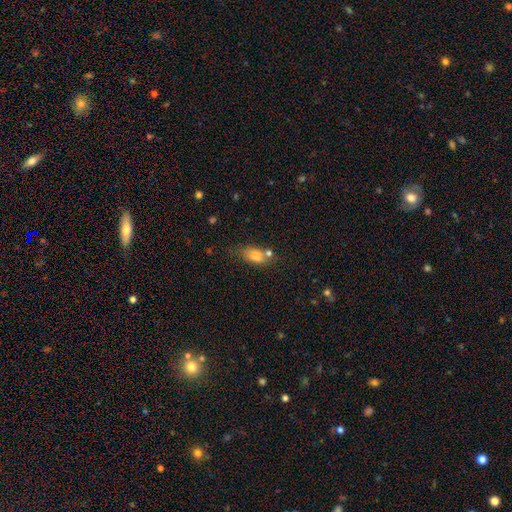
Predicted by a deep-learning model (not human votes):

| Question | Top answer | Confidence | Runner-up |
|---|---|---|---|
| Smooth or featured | smooth | 76% | featured or disk (13%) |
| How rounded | in between | 79% | round (13%) |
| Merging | none | 53% | merger (21%) |